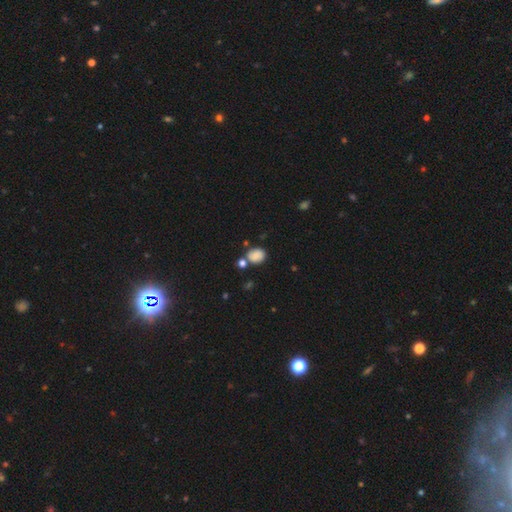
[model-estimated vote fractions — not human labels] A smooth galaxy with no disk features (82%) that is in between round and cigar-shaped (50%).

Vote fractions:
- Smooth or featured? smooth: 82% / star or artifact: 10% / featured or disk: 8%
- How rounded? in between: 50% / round: 49% / cigar-shaped: 1%
- Merging? none: 59% / merger: 20% / minor disturbance: 16% / major disturbance: 5%